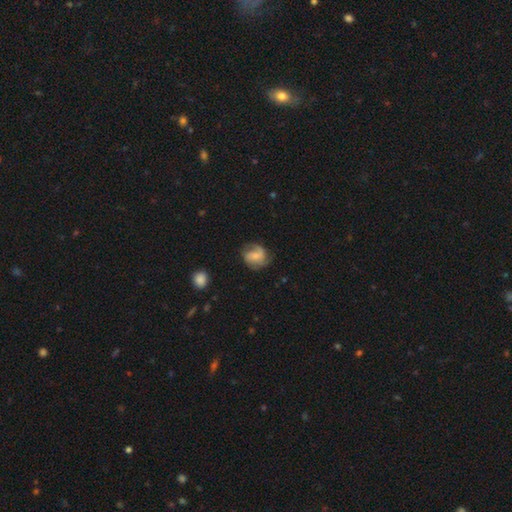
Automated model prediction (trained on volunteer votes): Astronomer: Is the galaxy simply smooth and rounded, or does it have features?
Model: featured or disk — 55% (runner-up: smooth, 37%).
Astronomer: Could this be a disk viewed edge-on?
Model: no — 97%.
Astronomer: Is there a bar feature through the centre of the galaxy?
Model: no — 48% (runner-up: weak, 40%).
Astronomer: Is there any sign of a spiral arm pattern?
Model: yes — 89%.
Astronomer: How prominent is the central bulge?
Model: small — 51% (runner-up: moderate, 30%).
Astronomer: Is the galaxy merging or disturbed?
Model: none — 65%.